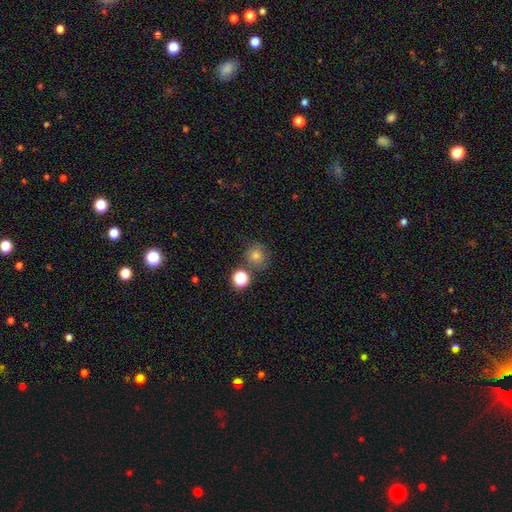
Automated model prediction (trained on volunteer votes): A smooth galaxy with no disk features (69%) that is round (89%).

Vote fractions:
- Smooth or featured? smooth: 69% / star or artifact: 19% / featured or disk: 12%
- How rounded? round: 89% / in between: 11% / cigar-shaped: 1%
- Merging? none: 73% / minor disturbance: 12% / merger: 11% / major disturbance: 4%